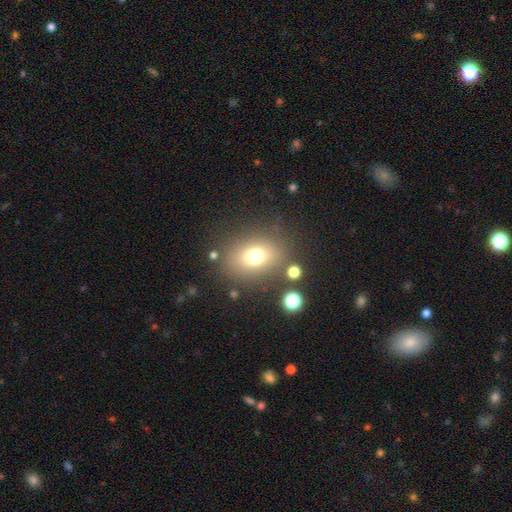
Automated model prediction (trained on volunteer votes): A smooth galaxy with no disk features (71%) that is round (51%).

Vote fractions:
- Smooth or featured? smooth: 71% / star or artifact: 16% / featured or disk: 13%
- How rounded? round: 51% / in between: 48% / cigar-shaped: 1%
- Merging? none: 78% / minor disturbance: 11% / major disturbance: 6% / merger: 5%